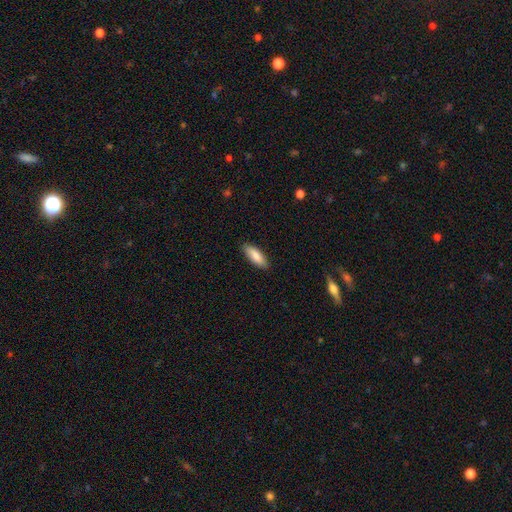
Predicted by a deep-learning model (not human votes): The model was most divided on "how rounded": in between: 63%, cigar-shaped: 35%, round: 2%. More confident: merging — none (87%); smooth or featured — smooth (85%).